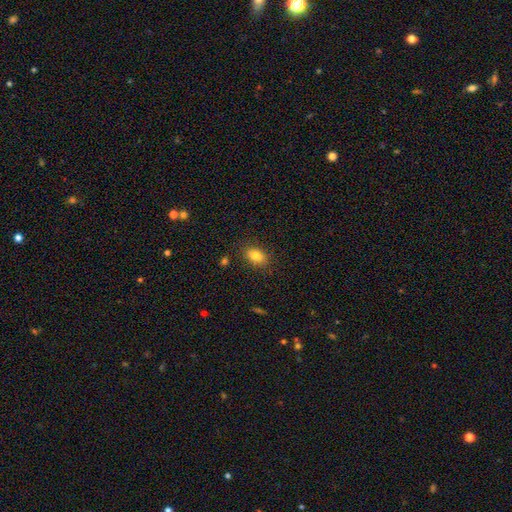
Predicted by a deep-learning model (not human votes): This appears to be a smooth galaxy with no disk features (82%) that is in between round and cigar-shaped (84%). Merging: none (85%).